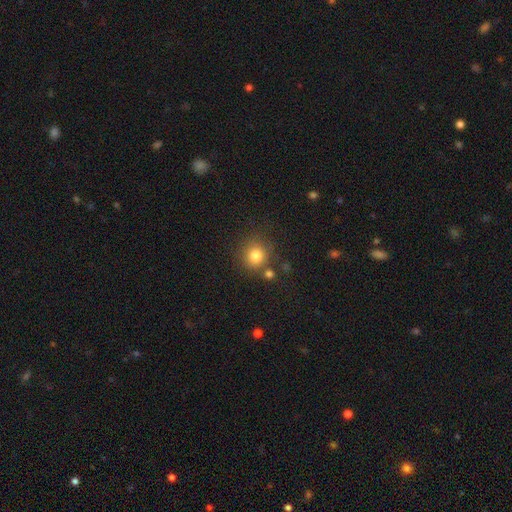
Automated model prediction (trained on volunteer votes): The model was most divided on "merging": none: 76%, minor disturbance: 11%, merger: 9%, major disturbance: 4%. More confident: how rounded — round (90%); smooth or featured — smooth (81%).